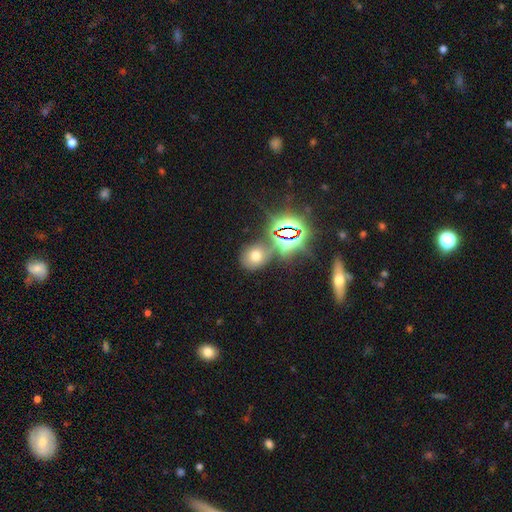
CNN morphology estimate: This is possibly a smooth galaxy (53%). How rounded: likely round (62%). Merging: likely none (66%).